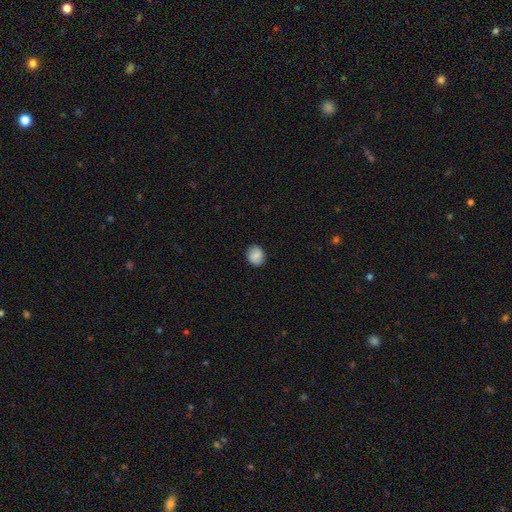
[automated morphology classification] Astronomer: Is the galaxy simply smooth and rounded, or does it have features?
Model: smooth — 84%.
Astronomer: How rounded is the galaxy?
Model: round — 69%.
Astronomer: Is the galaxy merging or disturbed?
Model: none — 88%.